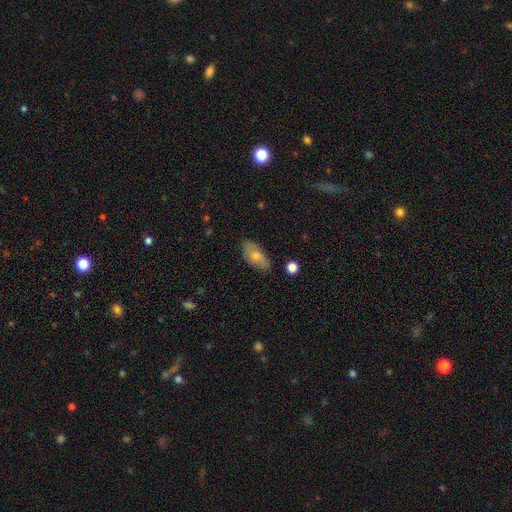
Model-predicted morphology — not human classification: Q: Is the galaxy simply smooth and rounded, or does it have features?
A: smooth — 71%.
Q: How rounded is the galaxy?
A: in between — 90%.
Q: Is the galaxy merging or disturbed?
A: none — 72%.